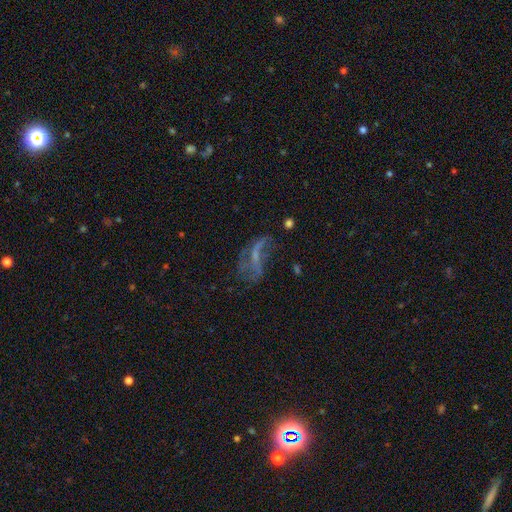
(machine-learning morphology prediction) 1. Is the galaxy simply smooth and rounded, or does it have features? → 62% featured or disk, 20% smooth, 18% star or artifact.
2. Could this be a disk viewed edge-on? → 92% no, 8% yes.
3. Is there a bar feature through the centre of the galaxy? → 47% no, 33% weak, 20% strong.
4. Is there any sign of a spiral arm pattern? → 57% yes, 43% no.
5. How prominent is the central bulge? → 51% none, 36% small, 10% moderate, 2% large, 1% dominant.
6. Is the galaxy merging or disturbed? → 38% major disturbance, 37% none, 18% minor disturbance, 6% merger.